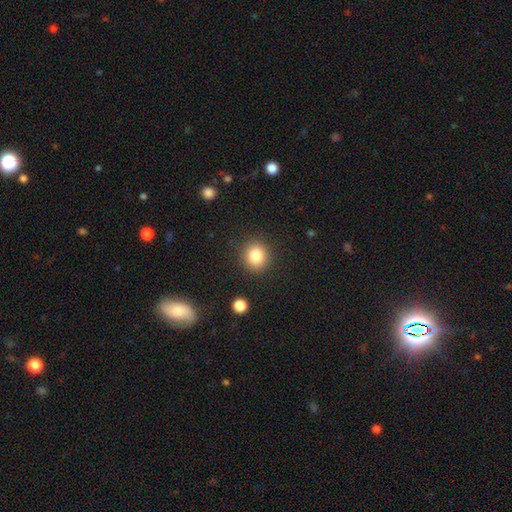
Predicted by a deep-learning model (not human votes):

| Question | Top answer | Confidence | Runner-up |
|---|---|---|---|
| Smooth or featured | smooth | 83% | star or artifact (11%) |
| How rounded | round | 81% | in between (18%) |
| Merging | none | 88% | minor disturbance (7%) |